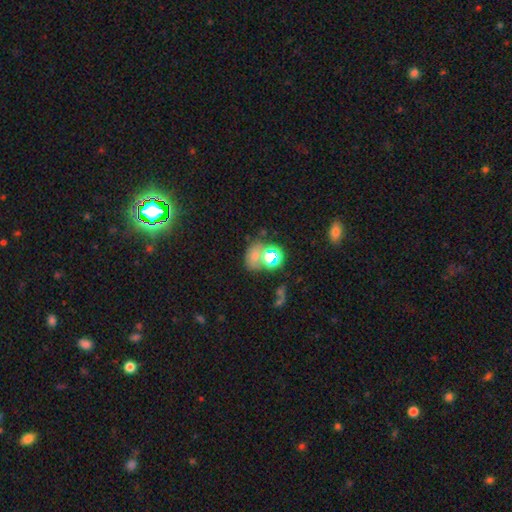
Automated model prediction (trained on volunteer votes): Smooth or featured? Predicted: smooth (p=0.54). How rounded? Predicted: in between (p=0.50). Merging? Predicted: none (p=0.45).